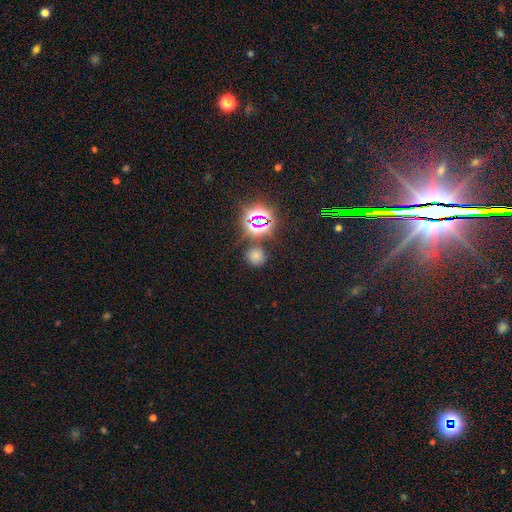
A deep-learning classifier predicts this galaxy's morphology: The model was most divided on "smooth or featured": smooth: 62%, star or artifact: 32%, featured or disk: 7%. More confident: how rounded — round (88%); merging — none (81%).